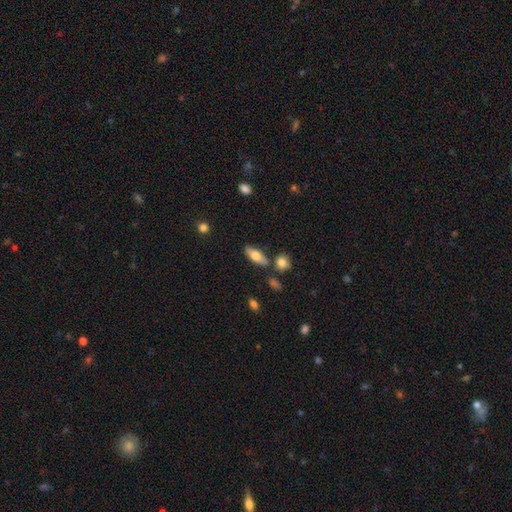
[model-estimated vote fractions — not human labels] This is likely a smooth galaxy (68%). How rounded: likely in between (73%). Merging: likely none (78%).